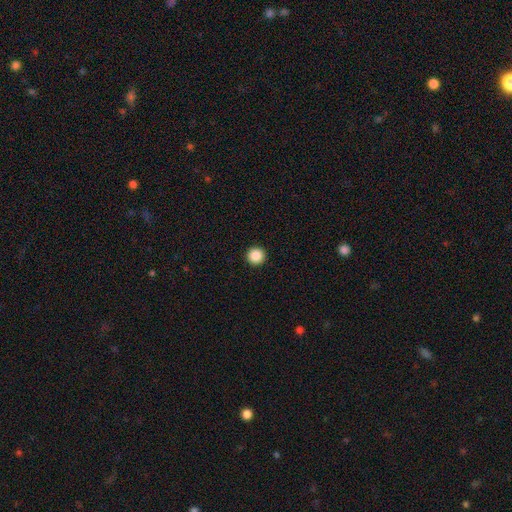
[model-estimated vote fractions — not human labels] Morphology: type=smooth (87%); roundness=round (96%); merging=none (94%).